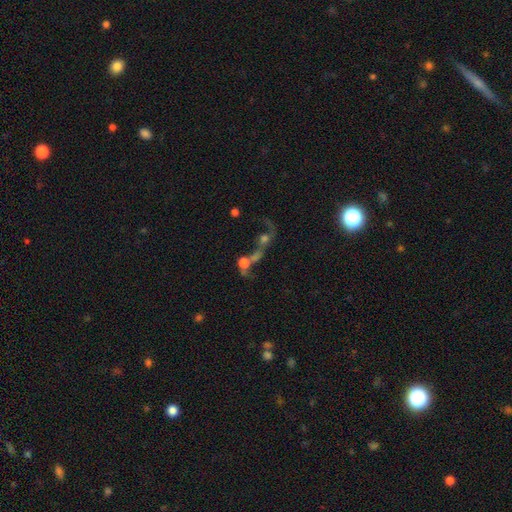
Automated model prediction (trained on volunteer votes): star or artifact 38%, smooth 35%, featured or disk 26%.